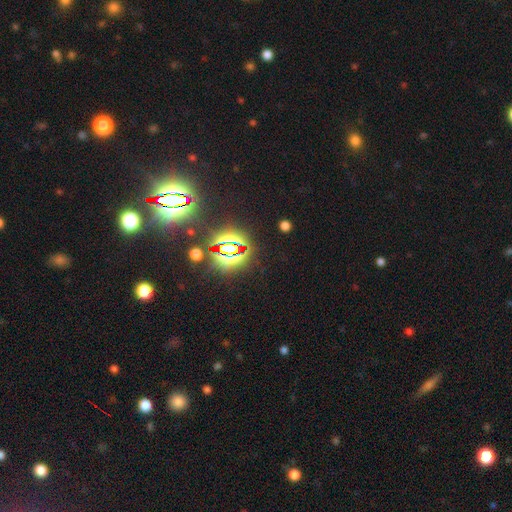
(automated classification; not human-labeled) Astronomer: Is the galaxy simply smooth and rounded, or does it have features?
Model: star or artifact — 83%.